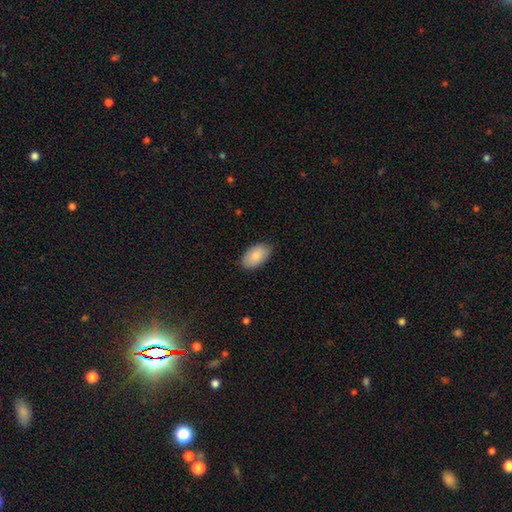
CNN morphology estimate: The model was most divided on "merging": none: 84%, minor disturbance: 12%, major disturbance: 2%, merger: 1%. More confident: how rounded — in between (95%); smooth or featured — smooth (85%).